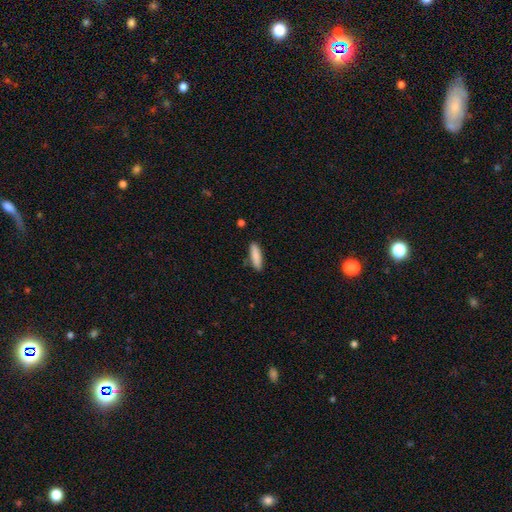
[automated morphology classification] Smooth or featured? Predicted: smooth (p=0.87). How rounded? Predicted: cigar-shaped (p=0.66). Merging? Predicted: none (p=0.86).